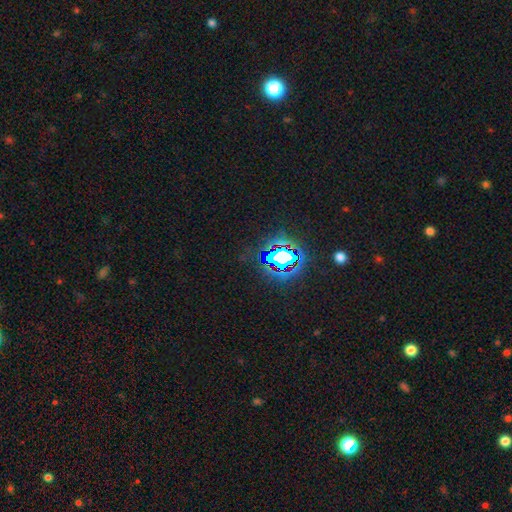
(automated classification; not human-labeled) This is clearly a star or artifact rather than a galaxy (80%).